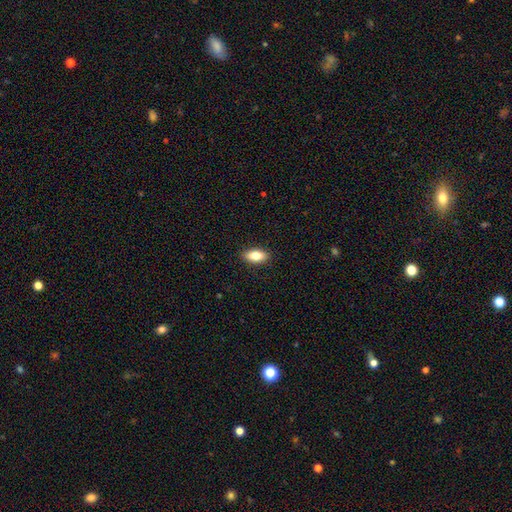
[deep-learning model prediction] The model was most divided on "smooth or featured": smooth: 82%, featured or disk: 12%, star or artifact: 7%. More confident: merging — none (89%); how rounded — in between (86%).